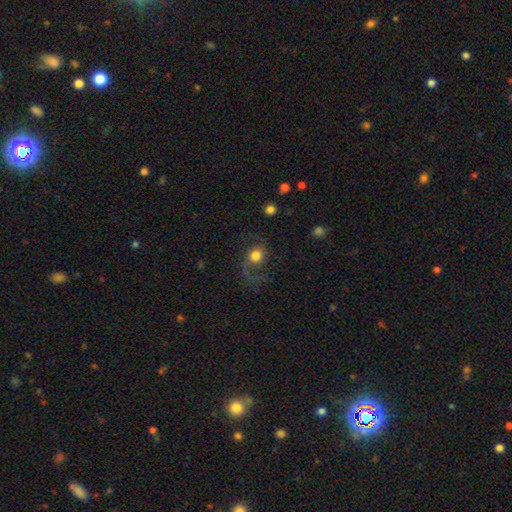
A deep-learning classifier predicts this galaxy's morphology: smooth_or_featured: smooth (p=0.67) [alt: featured or disk p=0.23]
how_rounded: round (p=0.74) [alt: in between p=0.25]
merging: none (p=0.53) [alt: major disturbance p=0.25]